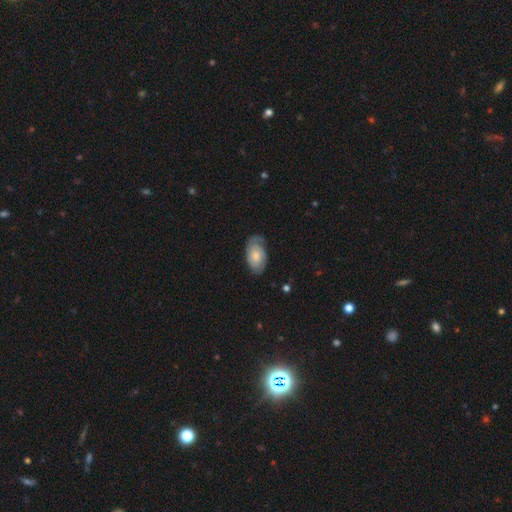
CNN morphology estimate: Smooth or featured?
  - featured or disk: 62% *
  - smooth: 32%
  - star or artifact: 6%
Edge-on disk?
  - no: 95% *
  - yes: 5%
Bar?
  - no: 73% *
  - weak: 24%
  - strong: 3%
Spiral arms?
  - yes: 88% *
  - no: 12%
Spiral winding?
  - tight: 60% *
  - medium: 30%
  - loose: 10%
Spiral arm count?
  - 2: 60% *
  - can't tell: 22%
  - 1: 10%
  - 3: 4%
  - 4: 2%
  - more than 4: 2%
Bulge size?
  - moderate: 48% *
  - small: 25%
  - large: 17%
  - none: 8%
  - dominant: 2%
Merging?
  - none: 69% *
  - minor disturbance: 23%
  - major disturbance: 8%
  - merger: 1%